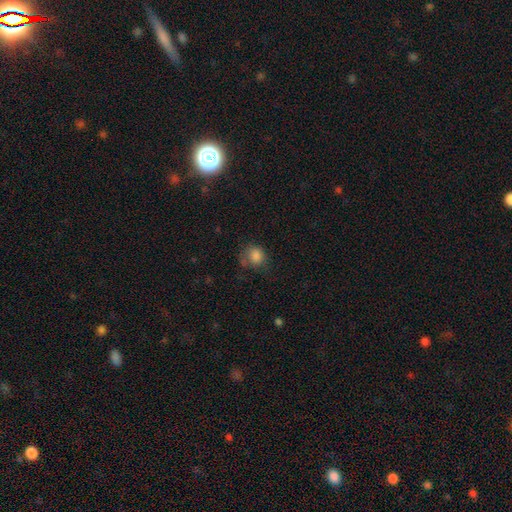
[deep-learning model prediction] A smooth galaxy with no disk features (83%) that is round (72%). Merging: none (50%).